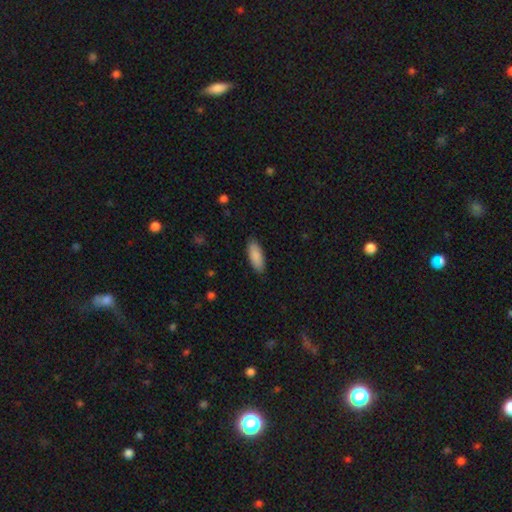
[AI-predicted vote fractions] The model was most divided on "how rounded": in between: 76%, cigar-shaped: 23%, round: 2%. More confident: smooth or featured — smooth (89%); merging — none (88%).